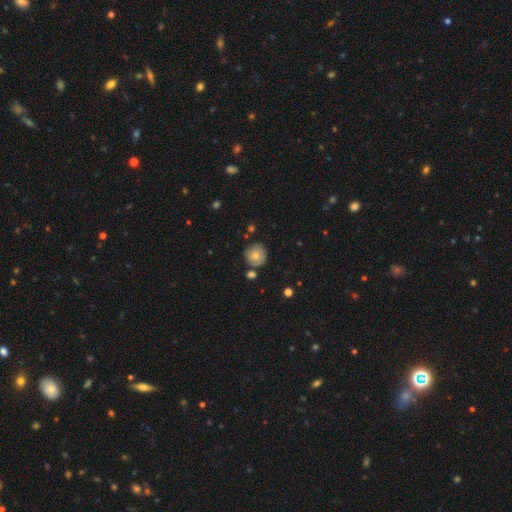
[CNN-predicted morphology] Smooth or featured?
  - smooth: 58% *
  - featured or disk: 32%
  - star or artifact: 9%
How rounded?
  - round: 92% *
  - in between: 7%
  - cigar-shaped: 1%
Merging?
  - none: 76% *
  - minor disturbance: 14%
  - merger: 7%
  - major disturbance: 3%